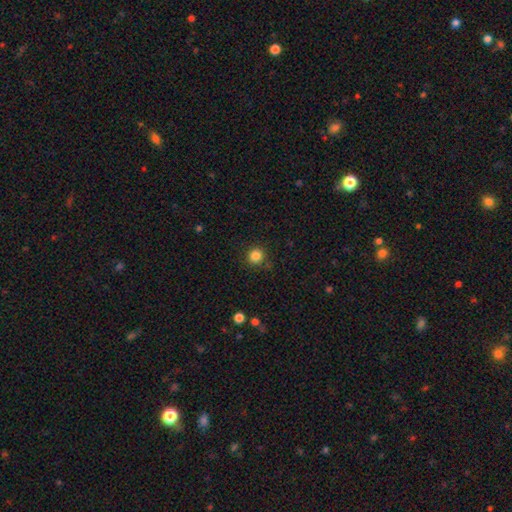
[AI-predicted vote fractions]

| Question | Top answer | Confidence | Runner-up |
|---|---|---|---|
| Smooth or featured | smooth | 84% | star or artifact (12%) |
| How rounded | round | 94% | in between (5%) |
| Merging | none | 87% | minor disturbance (8%) |